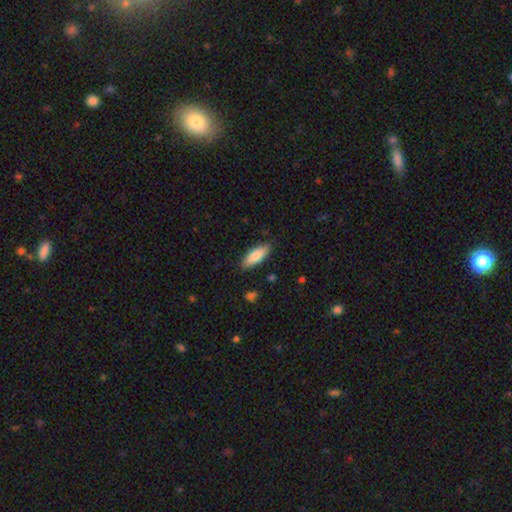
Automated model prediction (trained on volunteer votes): smooth_or_featured: smooth (p=0.83) [alt: featured or disk p=0.12]
how_rounded: in between (p=0.66) [alt: cigar-shaped p=0.32]
merging: none (p=0.85) [alt: minor disturbance p=0.12]